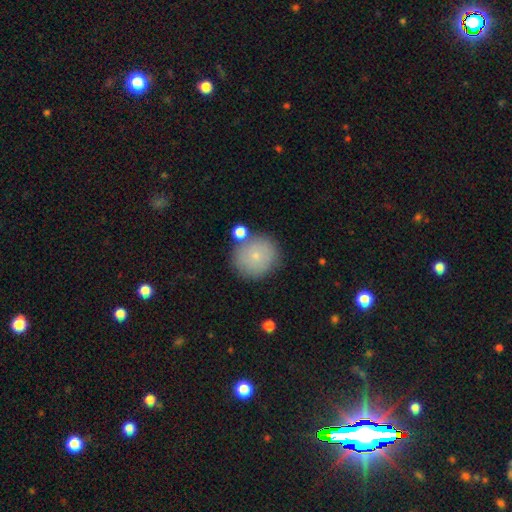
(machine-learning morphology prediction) This appears to be a smooth galaxy with no disk features (73%) that is round (91%). Merging: none (75%).